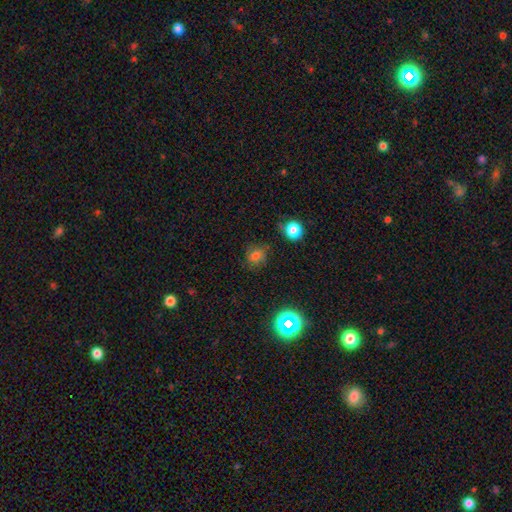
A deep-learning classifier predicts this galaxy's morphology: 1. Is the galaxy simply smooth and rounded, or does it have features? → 71% smooth, 21% star or artifact, 8% featured or disk.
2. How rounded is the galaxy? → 76% round, 23% in between, 1% cigar-shaped.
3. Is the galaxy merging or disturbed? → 78% none, 15% minor disturbance, 5% major disturbance, 2% merger.